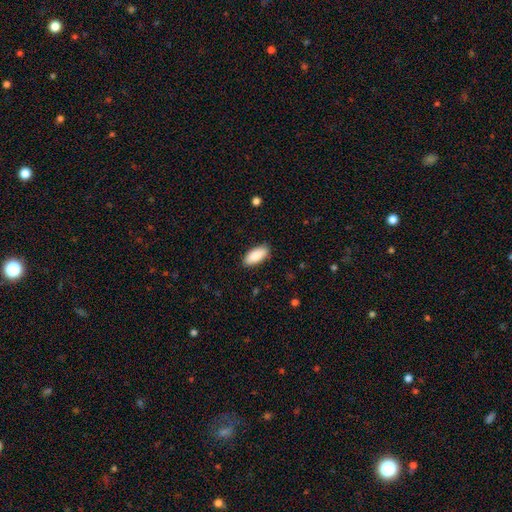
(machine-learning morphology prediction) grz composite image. It shows a smooth galaxy with no disk features (89%) that is in between round and cigar-shaped (89%). Merging: none (88%).